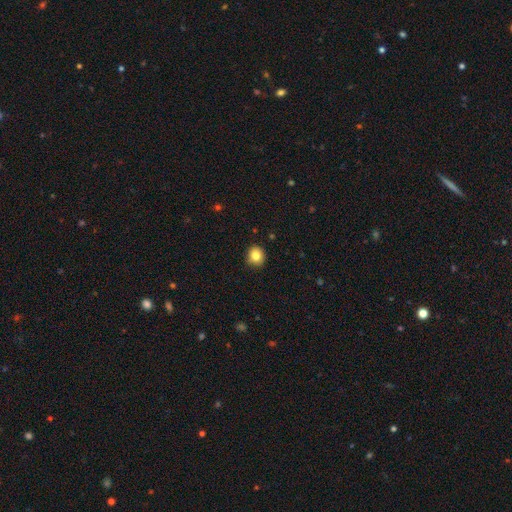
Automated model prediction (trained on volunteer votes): The model was most divided on "how rounded": round: 83%, in between: 16%, cigar-shaped: 1%. More confident: merging — none (87%); smooth or featured — smooth (83%).